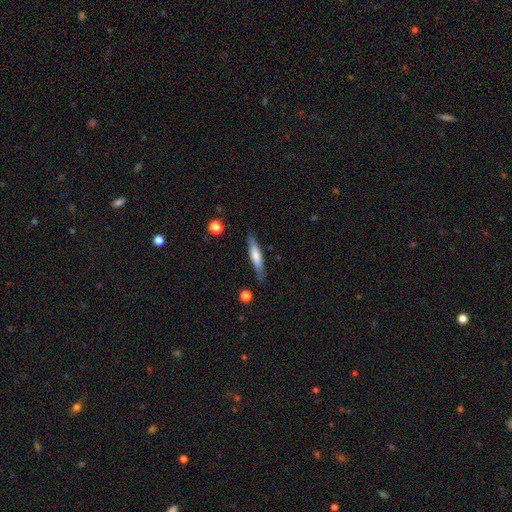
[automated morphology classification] smooth-or-featured: smooth: 63% | featured or disk: 31% | star or artifact: 6%
  how-rounded: cigar-shaped: 86% | in between: 13% | round: 1%
  merging: none: 84% | minor disturbance: 12% | major disturbance: 3% | merger: 2%